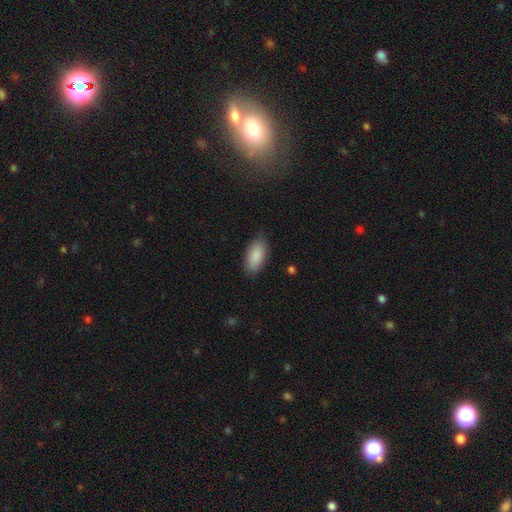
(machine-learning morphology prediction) Smooth or featured: smooth — 89% (star or artifact — 6%)
How rounded: in between — 93% (cigar-shaped — 5%)
Merging: none — 82% (minor disturbance — 14%)